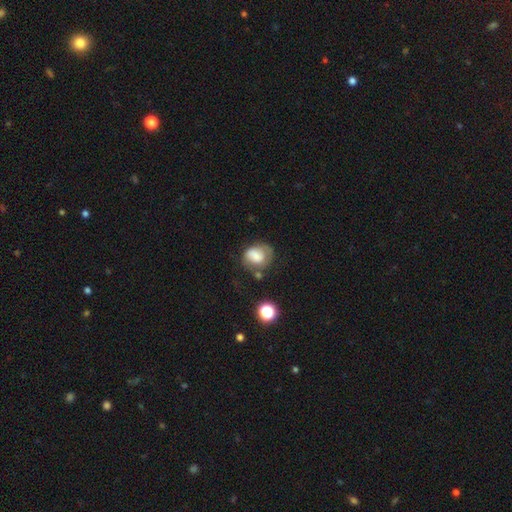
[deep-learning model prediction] Smooth or featured?
  - smooth: 65% *
  - featured or disk: 24%
  - star or artifact: 11%
How rounded?
  - in between: 51% *
  - round: 48%
  - cigar-shaped: 1%
Merging?
  - none: 39% *
  - minor disturbance: 30%
  - major disturbance: 22%
  - merger: 10%